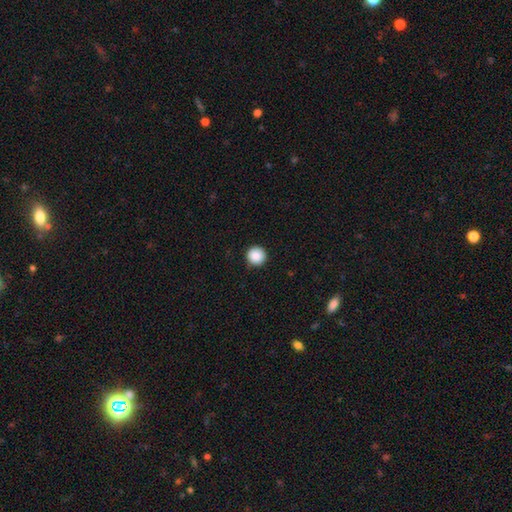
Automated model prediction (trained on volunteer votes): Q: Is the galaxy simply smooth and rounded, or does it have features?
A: smooth — 89%.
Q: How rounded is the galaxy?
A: round — 96%.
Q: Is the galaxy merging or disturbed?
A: none — 92%.